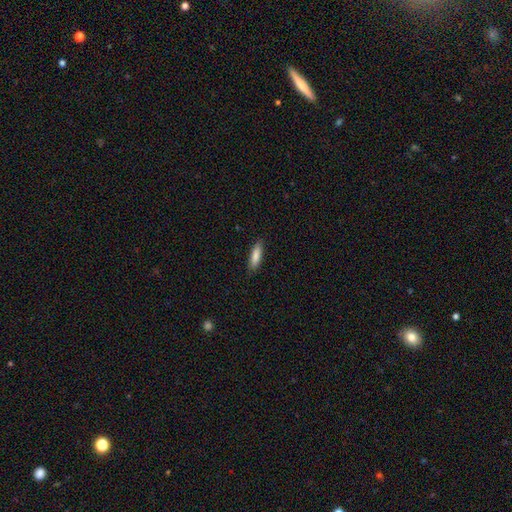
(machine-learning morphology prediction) A smooth galaxy with no disk features (84%) that is cigar-shaped (60%). Merging: none (86%).